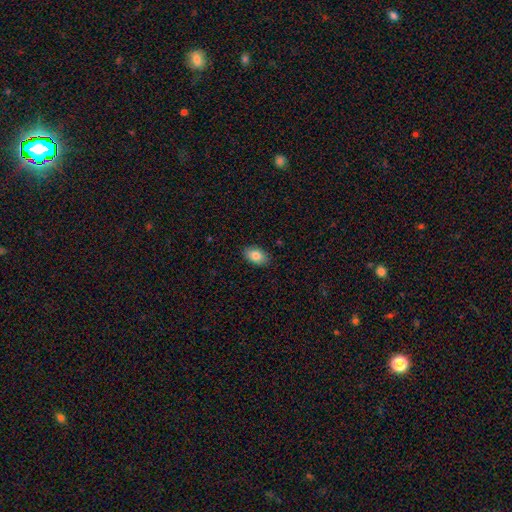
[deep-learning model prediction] A smooth galaxy with no disk features (84%) that is in between round and cigar-shaped (88%). Merging: none (87%).